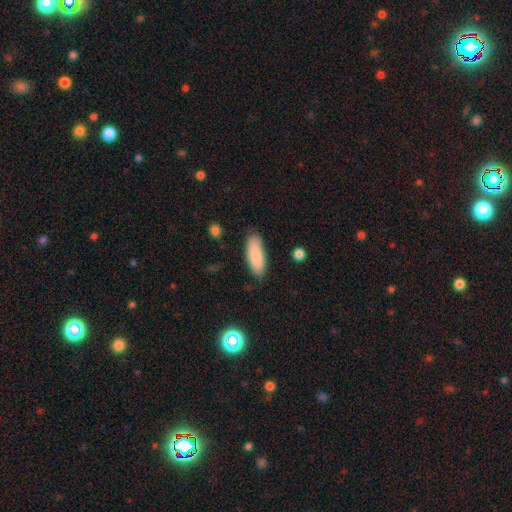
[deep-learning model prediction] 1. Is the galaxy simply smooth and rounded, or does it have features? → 85% smooth, 9% featured or disk, 6% star or artifact.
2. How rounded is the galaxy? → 59% in between, 39% cigar-shaped, 2% round.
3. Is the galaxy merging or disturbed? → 83% none, 12% minor disturbance, 2% major disturbance, 2% merger.